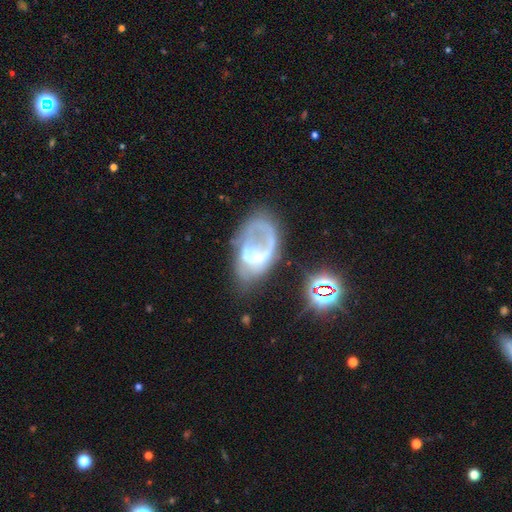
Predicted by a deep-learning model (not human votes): featured or disk 64%, smooth 25%, star or artifact 11%. Down the decision tree: edge-on disk — no (96%); bar — no (67%); spiral arms — no (55%); bulge size — small (37%); merging — major disturbance (41%).